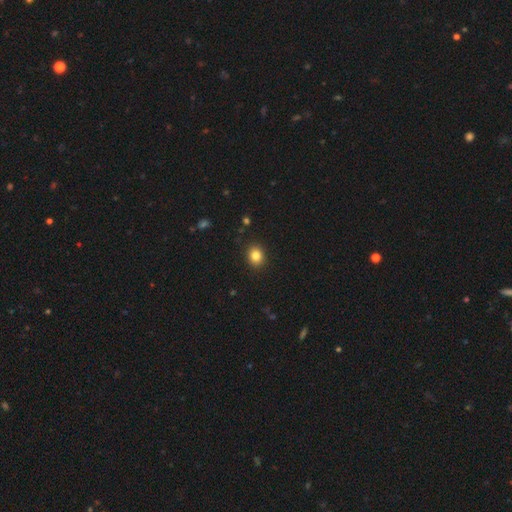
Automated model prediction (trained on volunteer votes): Overall: smooth (84%). How rounded: round (61%; in between 38%). Merging: none (90%).